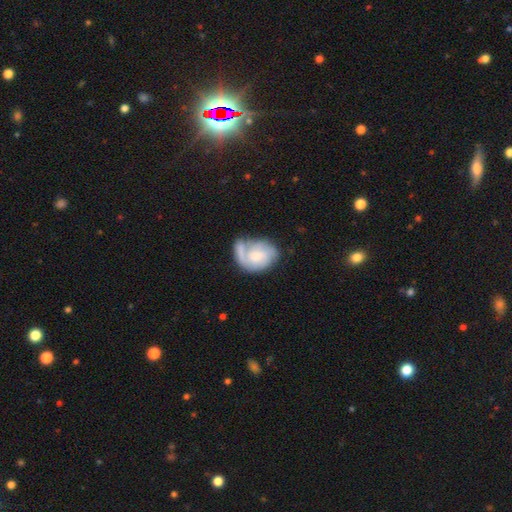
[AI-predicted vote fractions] smooth_or_featured: featured or disk (p=0.62) [alt: smooth p=0.31]
disk_edge_on: no (p=0.97) [alt: yes p=0.03]
bar: no (p=0.63) [alt: weak p=0.32]
has_spiral_arms: yes (p=0.83) [alt: no p=0.17]
spiral_winding: tight (p=0.42) [alt: medium p=0.39]
spiral_arm_count: 2 (p=0.37) [alt: can't tell p=0.24]
bulge_size: moderate (p=0.42) [alt: small p=0.35]
merging: none (p=0.41) [alt: minor disturbance p=0.25]